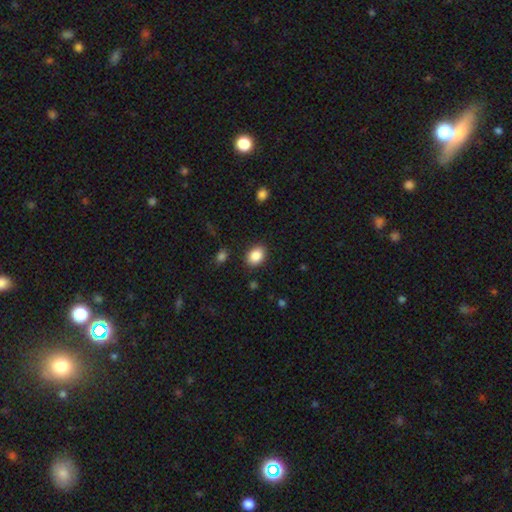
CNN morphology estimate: A smooth galaxy with no disk features (88%) that is in between round and cigar-shaped (65%). Merging: none (87%).